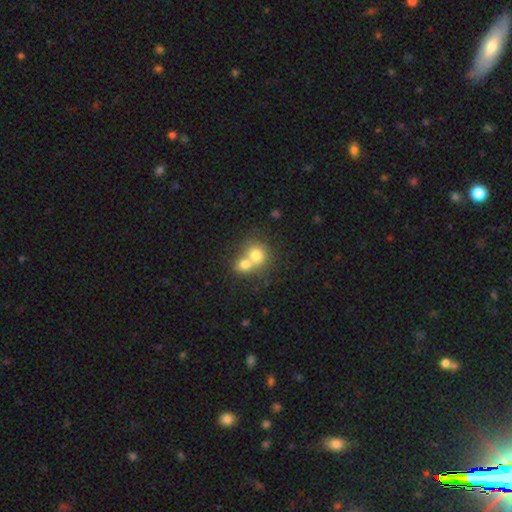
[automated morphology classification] Q: Smooth or featured?
A: smooth (73%); runner-up: featured or disk (17%)
Q: How rounded?
A: round (74%); runner-up: in between (25%)
Q: Merging?
A: merger (68%); runner-up: none (24%)